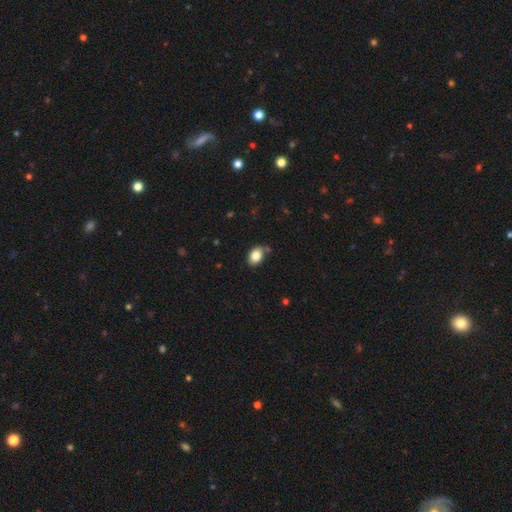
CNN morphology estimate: smooth_or_featured: smooth (p=0.83) [alt: featured or disk p=0.09]
how_rounded: in between (p=0.79) [alt: round p=0.20]
merging: none (p=0.78) [alt: minor disturbance p=0.15]